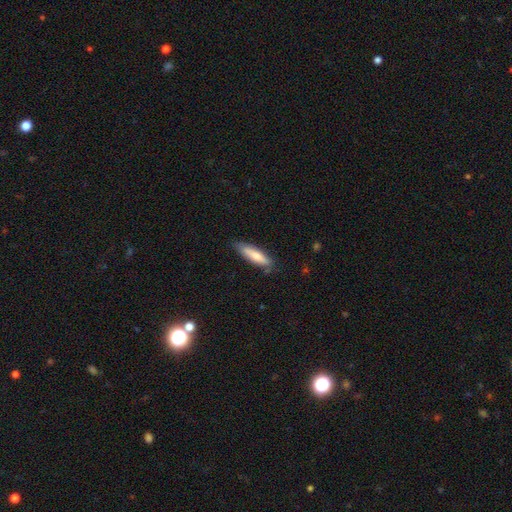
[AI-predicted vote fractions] smooth-or-featured: smooth: 76% | featured or disk: 18% | star or artifact: 6%
  how-rounded: cigar-shaped: 70% | in between: 28% | round: 1%
  merging: none: 79% | minor disturbance: 16% | major disturbance: 3% | merger: 2%